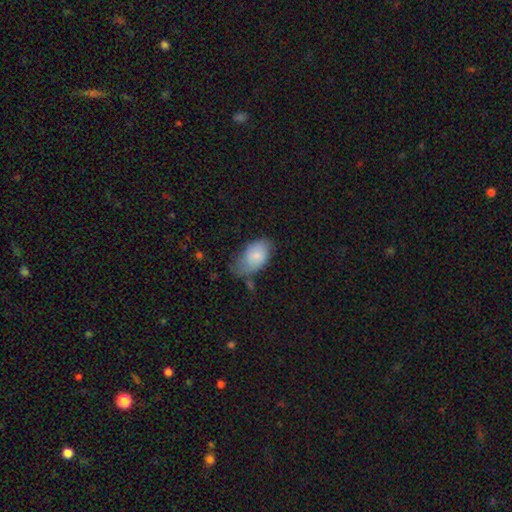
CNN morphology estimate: Overall: smooth (81%). How rounded: in between (93%). Merging: none (41%; minor disturbance 39%).